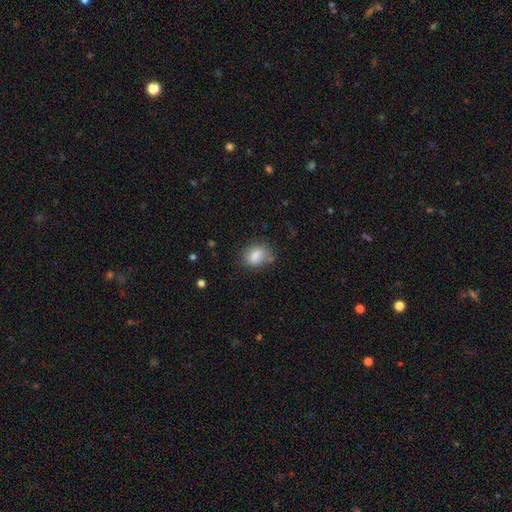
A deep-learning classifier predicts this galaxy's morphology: Q: Smooth or featured?
A: smooth (84%); runner-up: star or artifact (9%)
Q: How rounded?
A: in between (65%); runner-up: round (34%)
Q: Merging?
A: none (69%); runner-up: minor disturbance (21%)